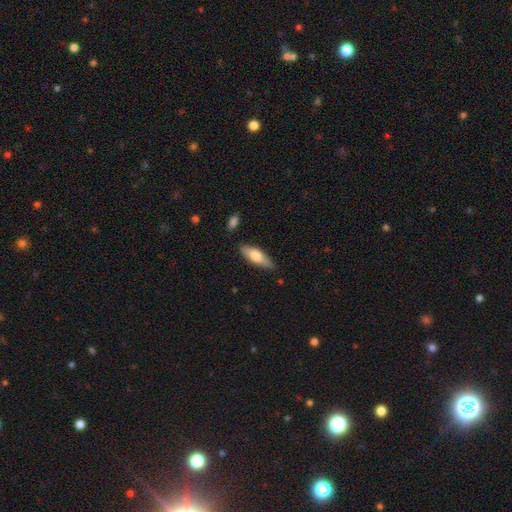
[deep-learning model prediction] This is likely a smooth galaxy (70%). How rounded: possibly in between (60%). Merging: clearly none (81%).